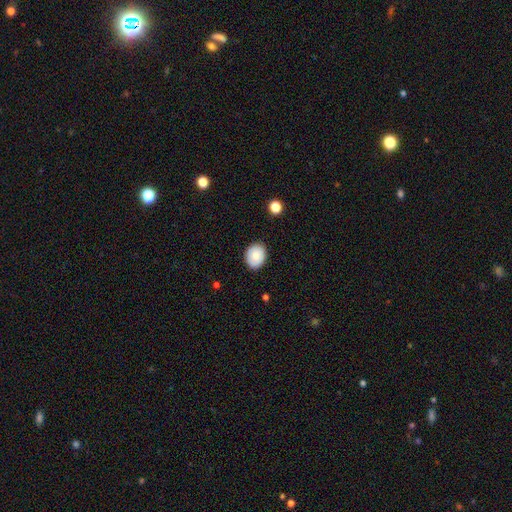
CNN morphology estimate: smooth 82%, featured or disk 10%, star or artifact 8%. Down the decision tree: how rounded — in between (54%); merging — none (86%).